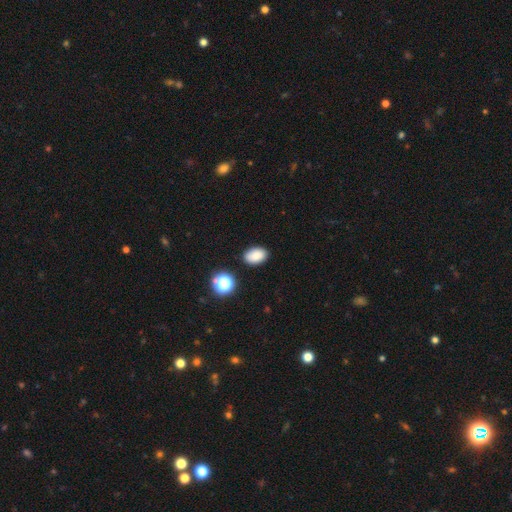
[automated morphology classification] smooth-or-featured: smooth: 85% | star or artifact: 10% | featured or disk: 4%
  how-rounded: in between: 87% | round: 12% | cigar-shaped: 1%
  merging: none: 87% | minor disturbance: 9% | merger: 2% | major disturbance: 2%